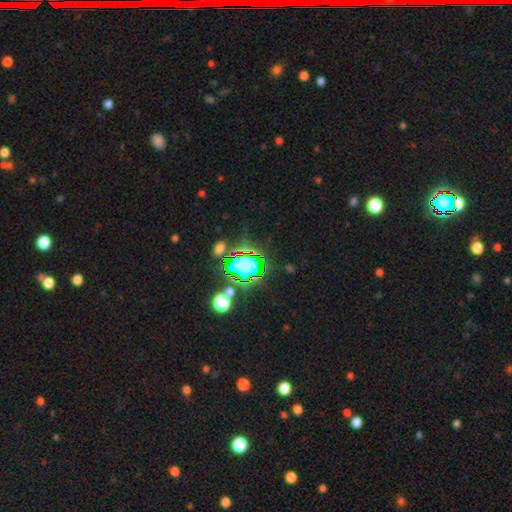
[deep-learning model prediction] smooth_or_featured: star or artifact (p=0.77) [alt: smooth p=0.14]